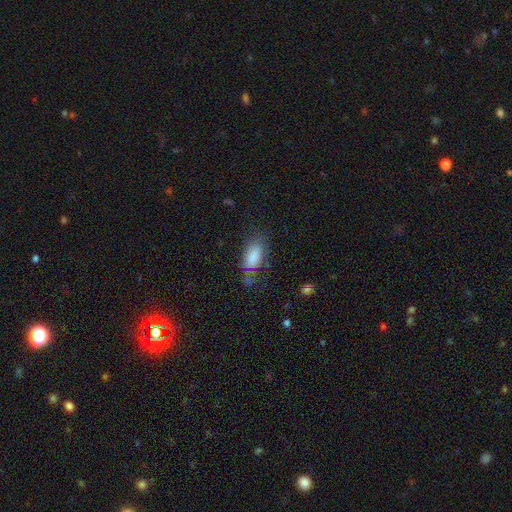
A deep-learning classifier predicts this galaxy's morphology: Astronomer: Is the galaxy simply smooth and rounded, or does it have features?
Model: smooth — 78%.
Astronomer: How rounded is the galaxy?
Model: in between — 85%.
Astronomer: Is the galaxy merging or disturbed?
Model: none — 62%.